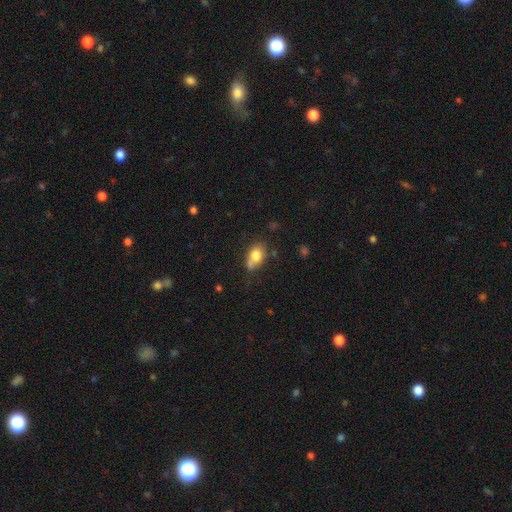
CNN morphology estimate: Q: Smooth or featured?
A: smooth (76%); runner-up: featured or disk (15%)
Q: How rounded?
A: in between (75%); runner-up: round (22%)
Q: Merging?
A: none (50%); runner-up: minor disturbance (25%)